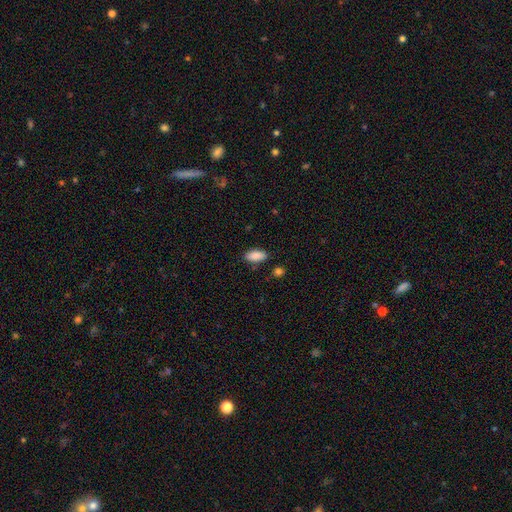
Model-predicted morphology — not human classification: The model was most divided on "merging": none: 84%, minor disturbance: 11%, merger: 3%, major disturbance: 2%. More confident: how rounded — in between (89%); smooth or featured — smooth (88%).